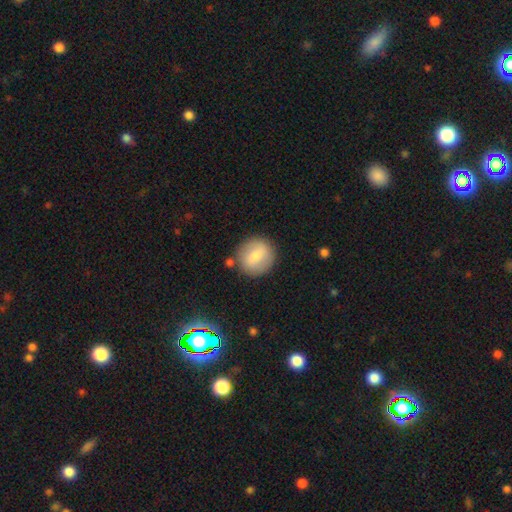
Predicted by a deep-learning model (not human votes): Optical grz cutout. It shows a smooth galaxy with no disk features (71%) that is round (89%). Merging: none (81%).